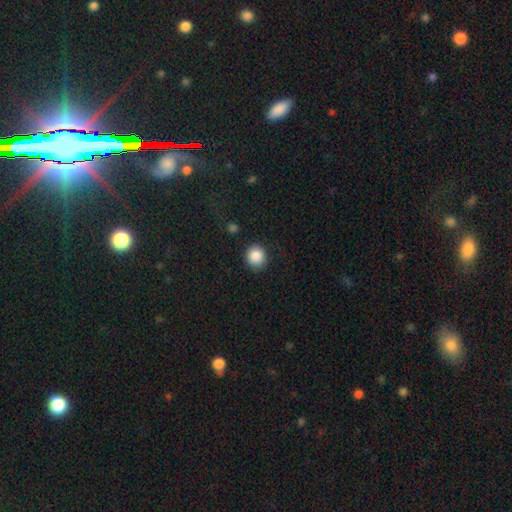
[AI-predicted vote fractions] Overall: smooth (88%). How rounded: round (89%). Merging: none (86%).